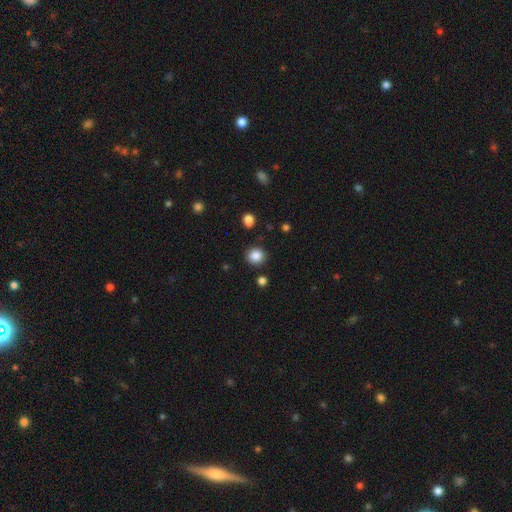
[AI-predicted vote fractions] Morphology: type=smooth (86%); roundness=round (89%); merging=none (88%).